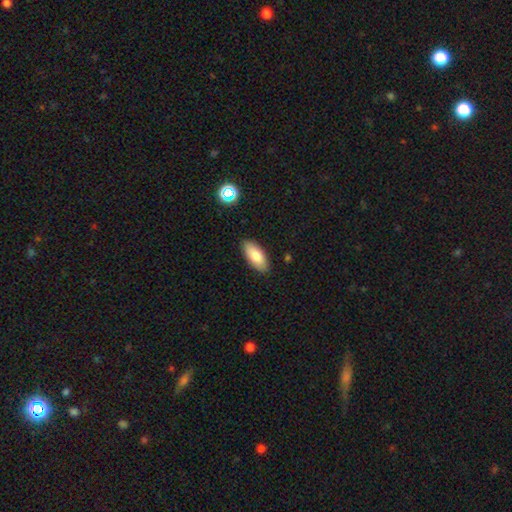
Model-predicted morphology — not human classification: This appears to be a smooth galaxy with no disk features (80%) that is in between round and cigar-shaped (87%). Merging: none (88%).